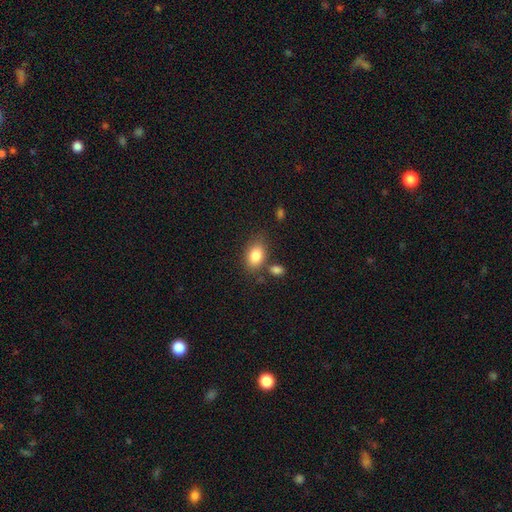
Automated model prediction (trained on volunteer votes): smooth_or_featured: smooth (p=0.83) [alt: featured or disk p=0.09]
how_rounded: in between (p=0.84) [alt: round p=0.15]
merging: none (p=0.70) [alt: minor disturbance p=0.15]